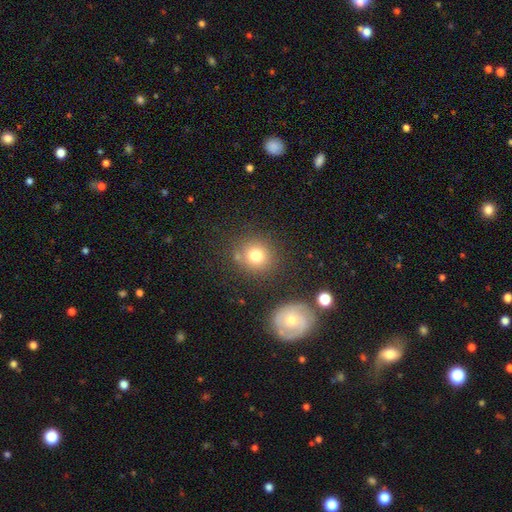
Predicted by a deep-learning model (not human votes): Smooth or featured?
  - smooth: 78% *
  - star or artifact: 13%
  - featured or disk: 10%
How rounded?
  - round: 87% *
  - in between: 12%
  - cigar-shaped: 1%
Merging?
  - none: 76% *
  - minor disturbance: 11%
  - merger: 9%
  - major disturbance: 4%